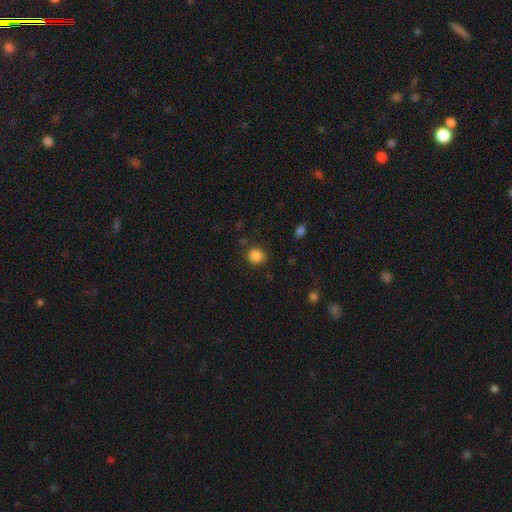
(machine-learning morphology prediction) Smooth or featured? smooth (86%)
How rounded? round (82%)
Merging? none (83%)